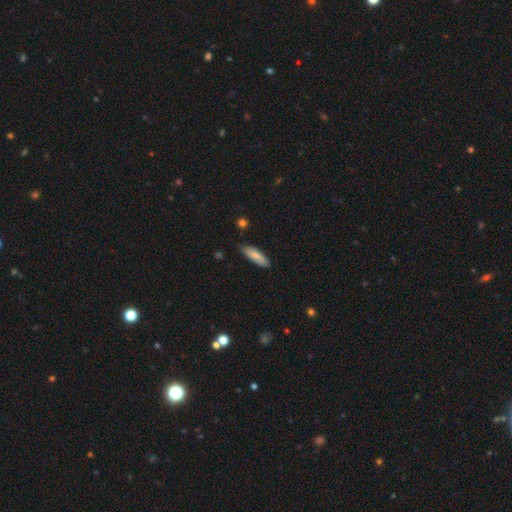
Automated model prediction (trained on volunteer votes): The model was most divided on "how rounded": in between: 52%, cigar-shaped: 46%, round: 2%. More confident: smooth or featured — smooth (81%); merging — none (80%).